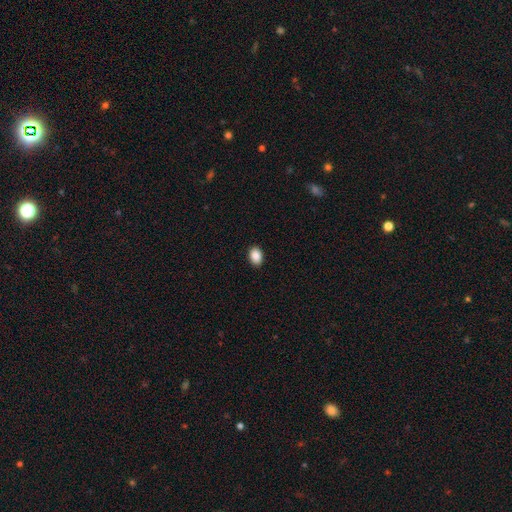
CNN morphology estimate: smooth-or-featured: smooth: 88% | star or artifact: 8% | featured or disk: 4%
  how-rounded: in between: 79% | round: 20% | cigar-shaped: 1%
  merging: none: 90% | minor disturbance: 7% | major disturbance: 2% | merger: 1%